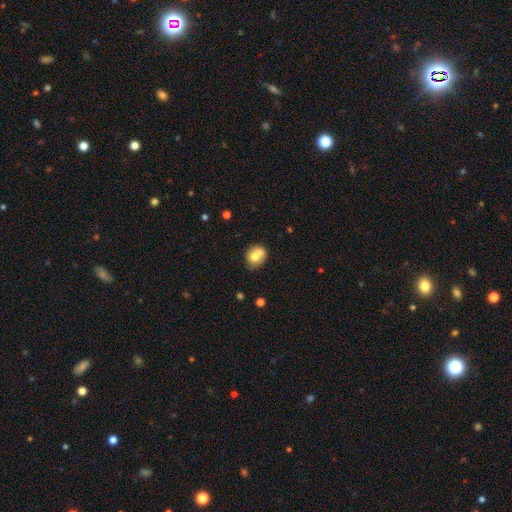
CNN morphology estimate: Smooth or featured? smooth (69%)
How rounded? round (60%)
Merging? merger (44%)